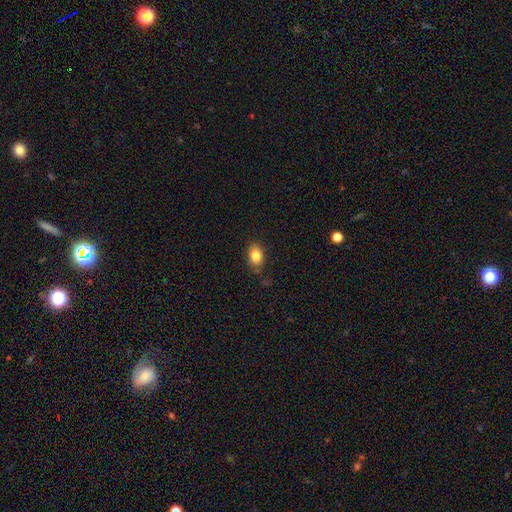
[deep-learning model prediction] Smooth or featured? smooth (83%)
How rounded? in between (82%)
Merging? none (81%)